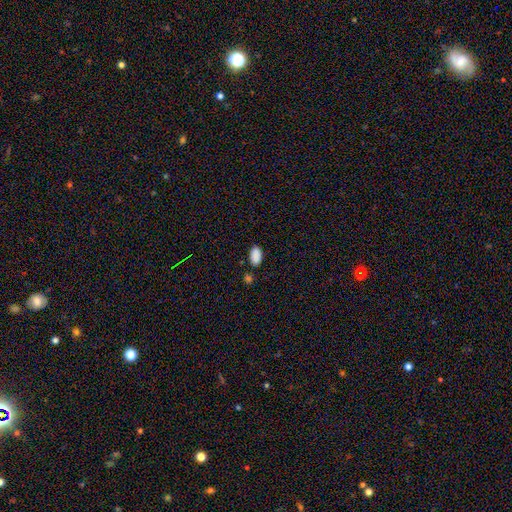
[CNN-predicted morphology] Overall: smooth (88%). How rounded: in between (94%). Merging: none (75%).